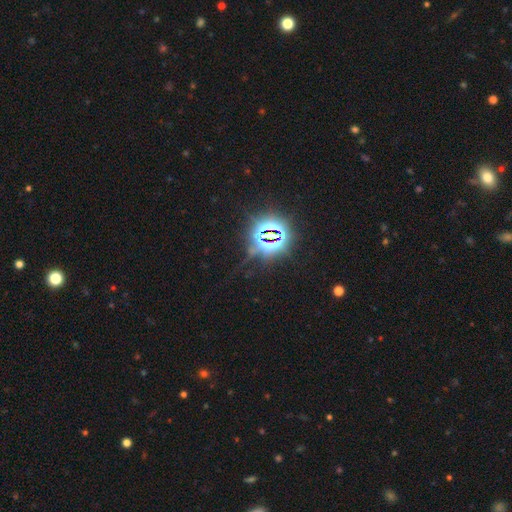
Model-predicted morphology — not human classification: star or artifact 84%, smooth 10%, featured or disk 6%.